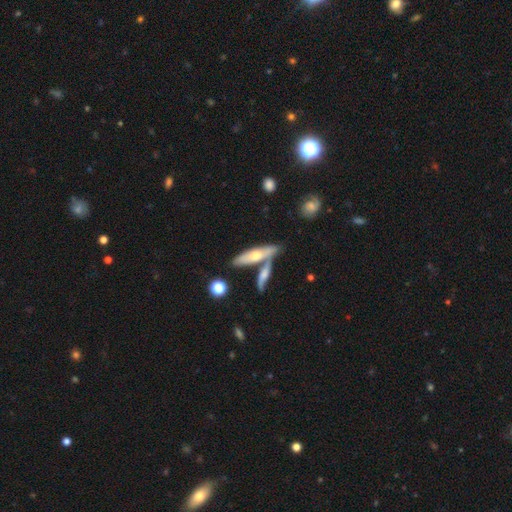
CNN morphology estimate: Smooth or featured: smooth — 49% (featured or disk — 45%)
Merging: none — 52% (merger — 33%)